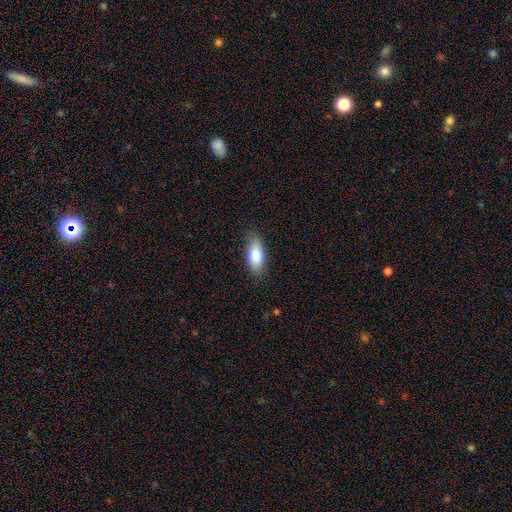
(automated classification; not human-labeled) This appears to be a smooth galaxy with no disk features (80%) that is in between round and cigar-shaped (80%). Merging: none (81%).